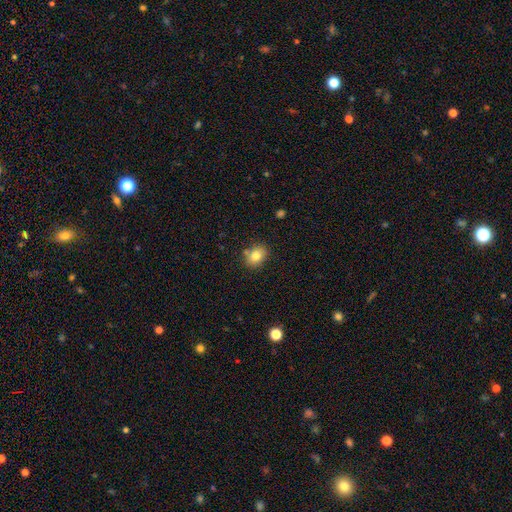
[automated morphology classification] smooth-or-featured: smooth: 80% | star or artifact: 10% | featured or disk: 10%
  how-rounded: in between: 58% | round: 41% | cigar-shaped: 1%
  merging: none: 78% | minor disturbance: 13% | merger: 6% | major disturbance: 3%